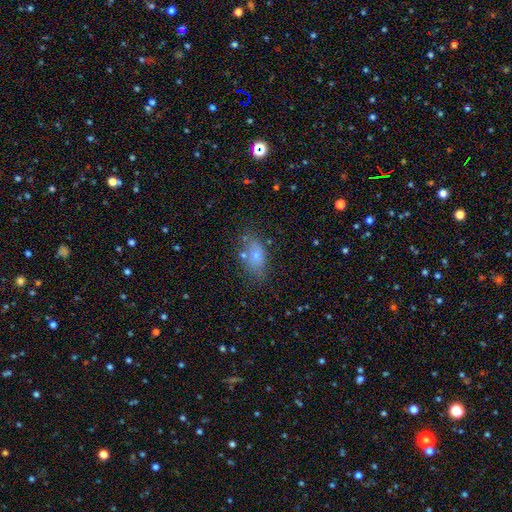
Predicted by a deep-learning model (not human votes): Morphology: type=smooth (65%); roundness=in between (81%); merging=none (70%).